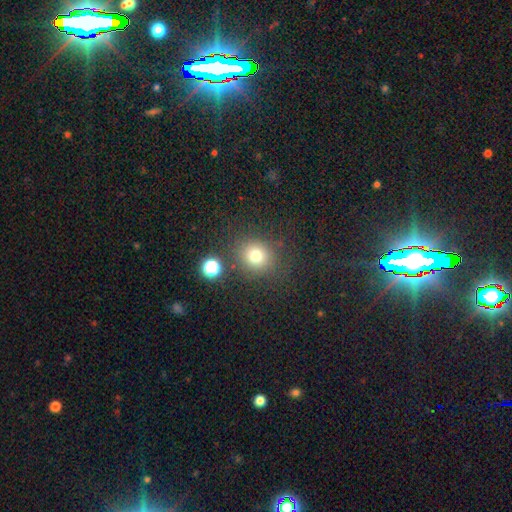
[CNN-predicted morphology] Smooth or featured? smooth (75%)
How rounded? round (87%)
Merging? none (81%)